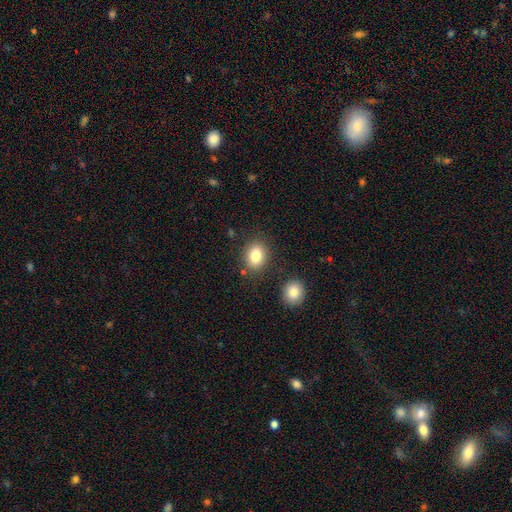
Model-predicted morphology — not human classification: Smooth or featured: smooth — 82% (star or artifact — 9%)
How rounded: in between — 61% (round — 38%)
Merging: none — 81% (minor disturbance — 10%)